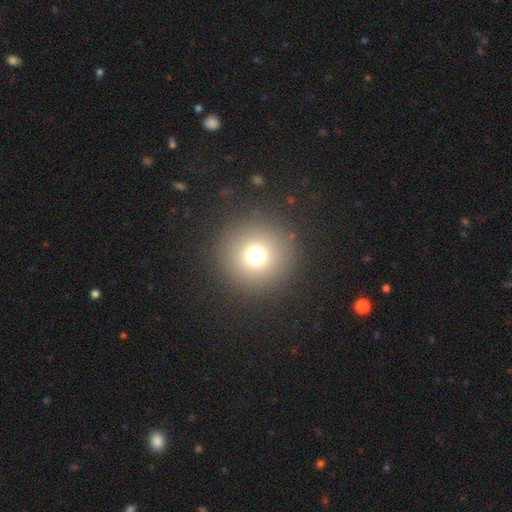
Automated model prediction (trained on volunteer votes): Smooth or featured? smooth (72%)
How rounded? round (96%)
Merging? none (89%)